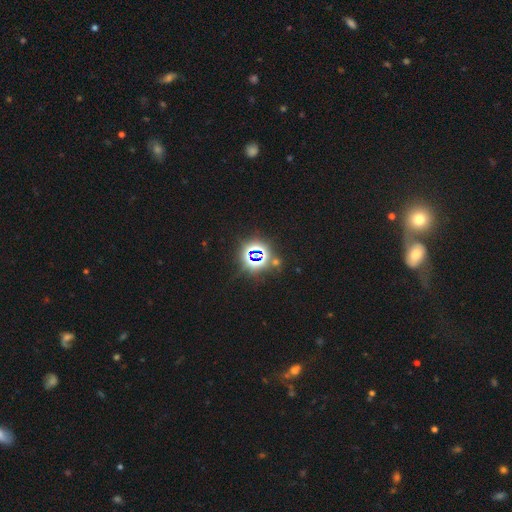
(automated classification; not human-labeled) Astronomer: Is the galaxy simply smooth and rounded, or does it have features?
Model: star or artifact — 78%.